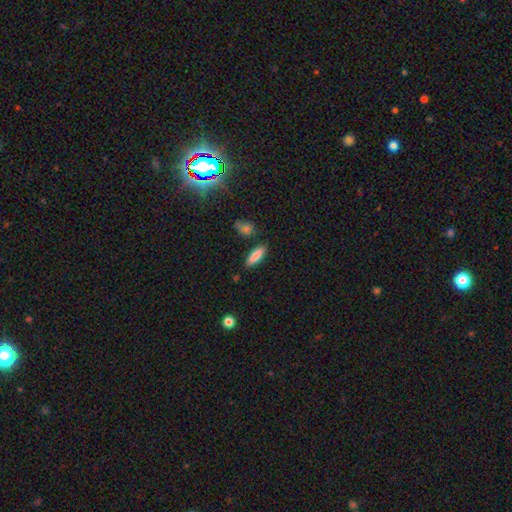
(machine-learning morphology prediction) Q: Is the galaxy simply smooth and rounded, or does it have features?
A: smooth — 84%.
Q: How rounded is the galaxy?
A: in between — 55%.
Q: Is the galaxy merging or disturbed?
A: none — 83%.